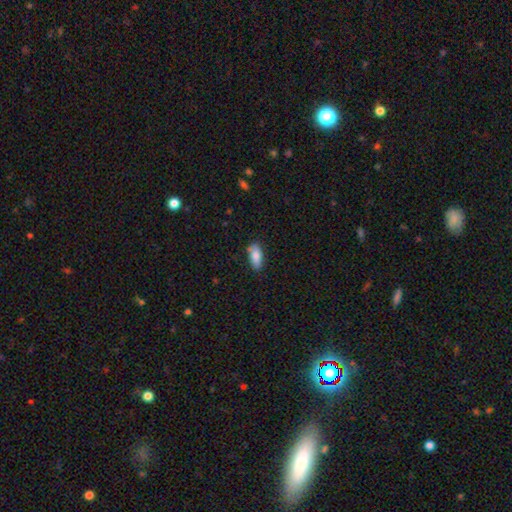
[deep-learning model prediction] Overall: smooth (82%). How rounded: in between (79%). Merging: none (77%).